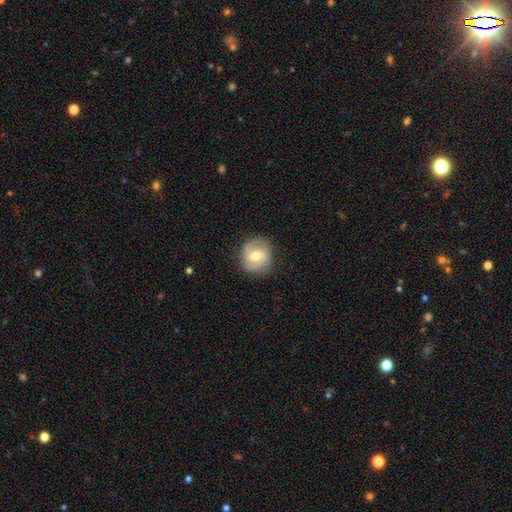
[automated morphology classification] This appears to be a featured or disk galaxy (72%) with a weak bar (47%), 2 (68%) medium (48%) spiral arms (93%) and a moderate central bulge (65%). Merging: none (81%).